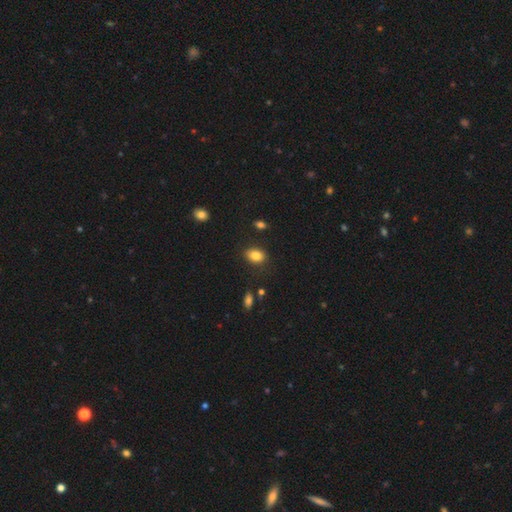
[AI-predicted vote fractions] The model was most divided on "how rounded": in between: 77%, round: 22%, cigar-shaped: 1%. More confident: merging — none (83%); smooth or featured — smooth (83%).